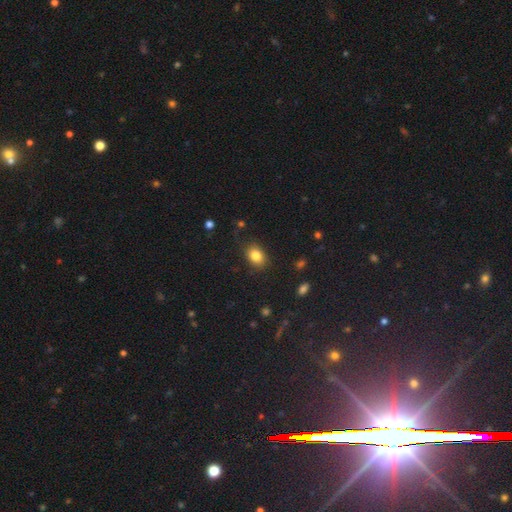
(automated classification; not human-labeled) smooth-or-featured: smooth: 84% | star or artifact: 10% | featured or disk: 6%
  how-rounded: in between: 67% | round: 32% | cigar-shaped: 1%
  merging: none: 82% | minor disturbance: 13% | major disturbance: 3% | merger: 1%